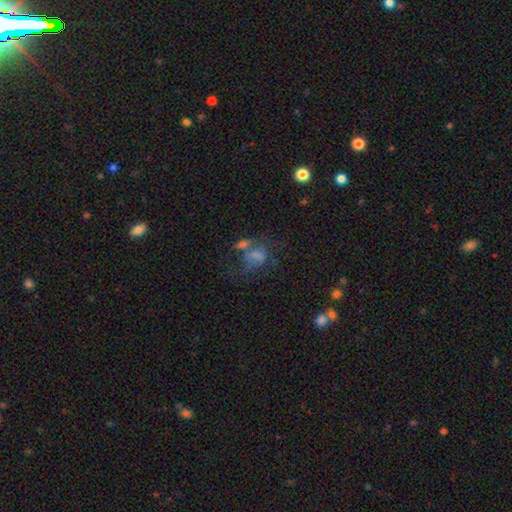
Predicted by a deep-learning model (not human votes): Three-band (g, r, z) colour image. It shows a featured or disk galaxy (40%). Merging: none (31%).